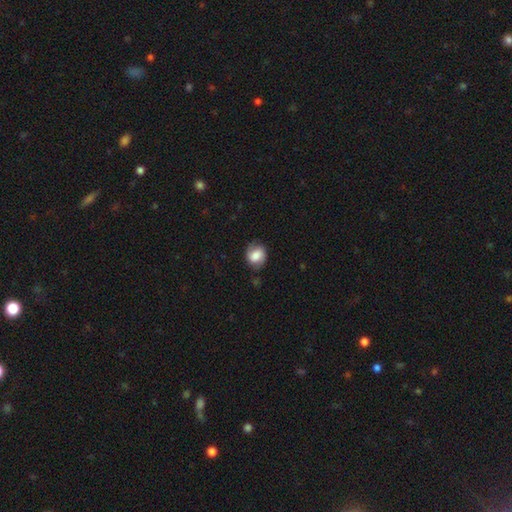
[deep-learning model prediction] This appears to be a smooth galaxy with no disk features (63%) that is round (53%). Merging: none (69%).